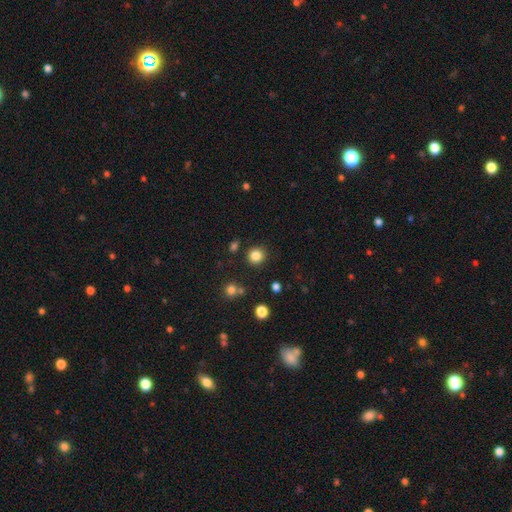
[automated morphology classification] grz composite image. It shows a smooth galaxy with no disk features (83%) that is round (90%). Merging: none (87%).